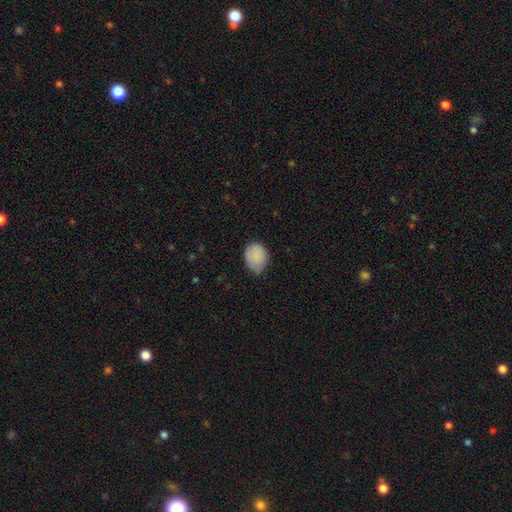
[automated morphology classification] smooth-or-featured: smooth: 87% | star or artifact: 7% | featured or disk: 6%
  how-rounded: in between: 56% | round: 43% | cigar-shaped: 1%
  merging: none: 53% | minor disturbance: 40% | major disturbance: 6% | merger: 1%